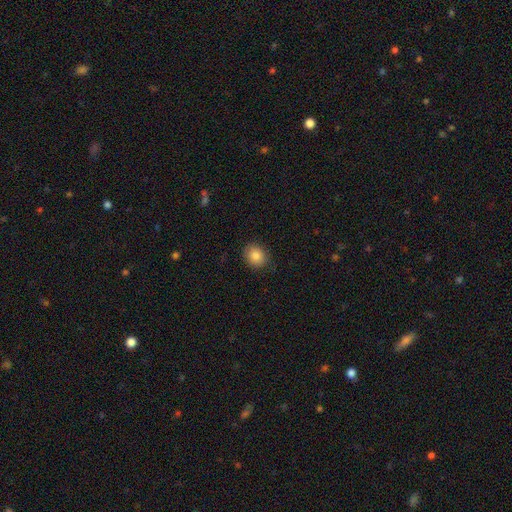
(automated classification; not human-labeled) This appears to be a smooth galaxy with no disk features (86%) that is round (74%). Merging: none (87%).